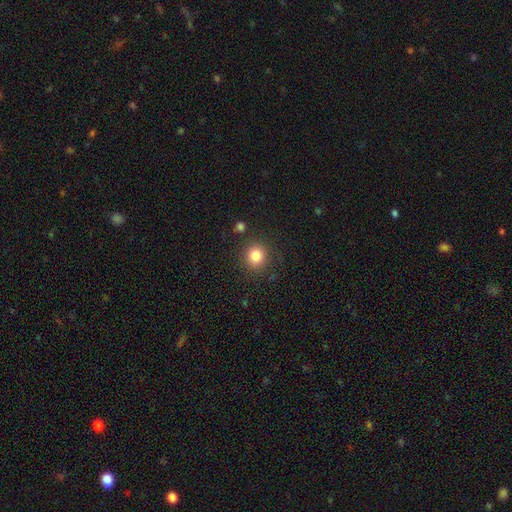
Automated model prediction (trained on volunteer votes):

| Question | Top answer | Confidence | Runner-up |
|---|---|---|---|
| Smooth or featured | smooth | 83% | star or artifact (11%) |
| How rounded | round | 89% | in between (10%) |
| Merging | none | 86% | minor disturbance (8%) |